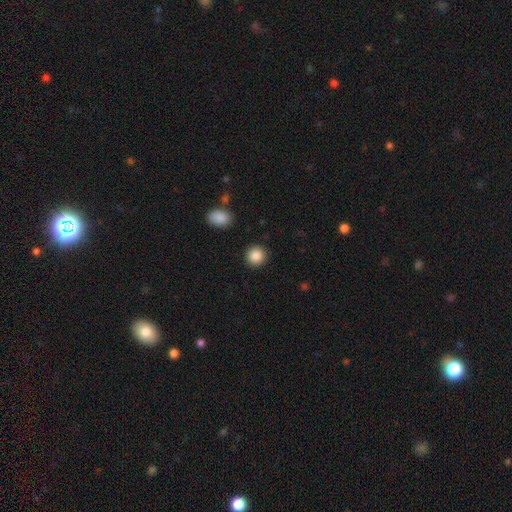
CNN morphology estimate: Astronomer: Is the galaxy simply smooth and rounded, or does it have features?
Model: smooth — 88%.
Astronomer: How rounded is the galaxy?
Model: round — 92%.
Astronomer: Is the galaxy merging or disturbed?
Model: none — 91%.